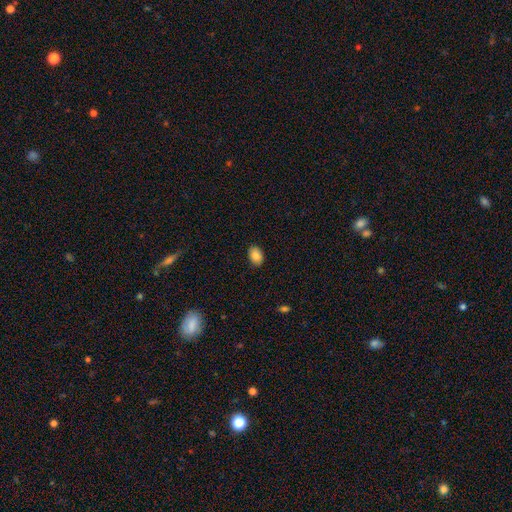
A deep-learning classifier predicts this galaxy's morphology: This appears to be a smooth galaxy with no disk features (85%) that is in between round and cigar-shaped (78%). Merging: none (89%).